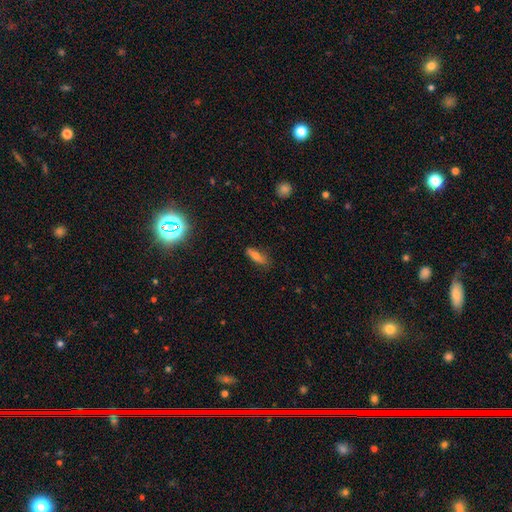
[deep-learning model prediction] The model was most divided on "how rounded": in between: 55%, cigar-shaped: 42%, round: 3%. More confident: merging — none (74%); smooth or featured — smooth (74%).